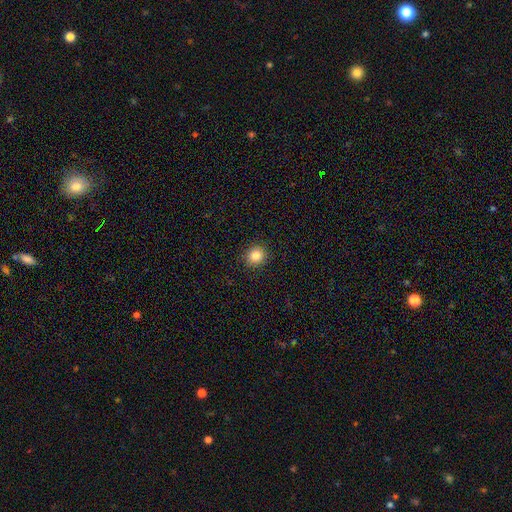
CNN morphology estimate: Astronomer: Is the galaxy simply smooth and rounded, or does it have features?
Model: smooth — 84%.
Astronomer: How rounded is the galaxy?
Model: round — 89%.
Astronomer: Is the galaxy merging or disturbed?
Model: none — 91%.